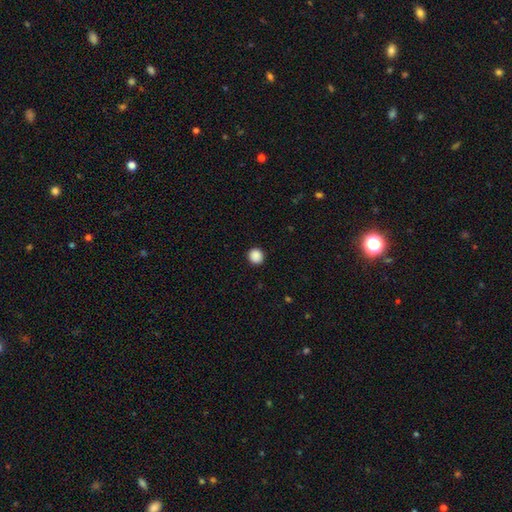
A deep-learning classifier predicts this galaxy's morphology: smooth-or-featured: smooth: 89% | star or artifact: 9% | featured or disk: 2%
  how-rounded: round: 92% | in between: 7% | cigar-shaped: 1%
  merging: none: 93% | minor disturbance: 4% | major disturbance: 2% | merger: 1%